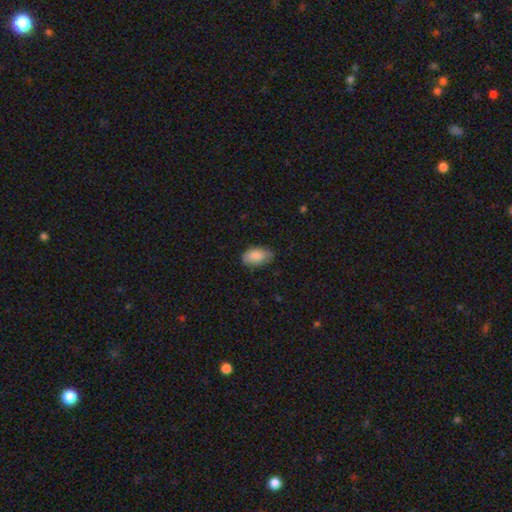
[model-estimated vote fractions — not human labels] smooth_or_featured: smooth (p=0.85) [alt: featured or disk p=0.09]
how_rounded: in between (p=0.94) [alt: round p=0.04]
merging: none (p=0.72) [alt: minor disturbance p=0.23]